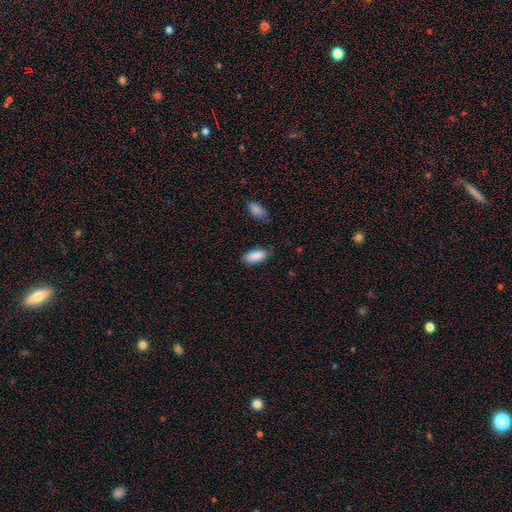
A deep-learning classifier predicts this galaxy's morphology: type=smooth (89%); roundness=in between (90%); merging=none (77%).